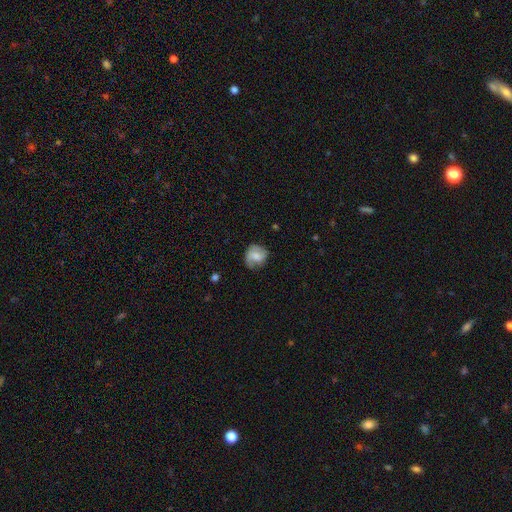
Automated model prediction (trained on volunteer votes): Overall: smooth (54%; featured or disk 39%). How rounded: round (76%). Merging: none (58%; minor disturbance 29%).